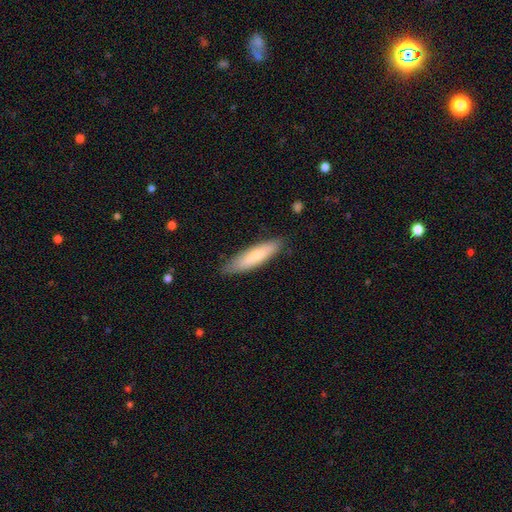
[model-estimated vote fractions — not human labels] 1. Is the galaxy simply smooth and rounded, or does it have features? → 74% smooth, 21% featured or disk, 5% star or artifact.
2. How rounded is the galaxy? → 69% cigar-shaped, 29% in between, 1% round.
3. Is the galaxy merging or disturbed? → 83% none, 14% minor disturbance, 2% major disturbance, 1% merger.